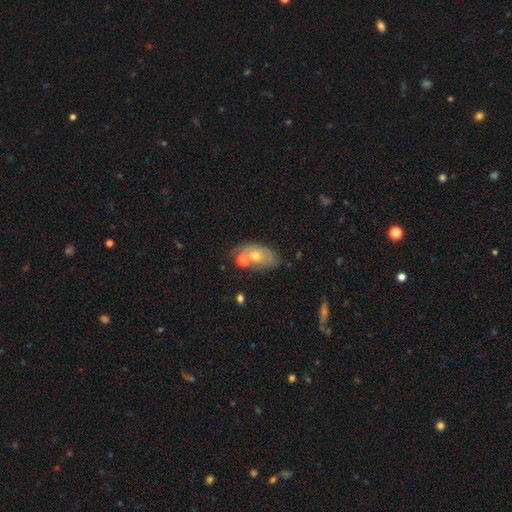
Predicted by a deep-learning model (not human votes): Overall: smooth (55%; featured or disk 35%). How rounded: in between (84%). Merging: none (49%; merger 24%).